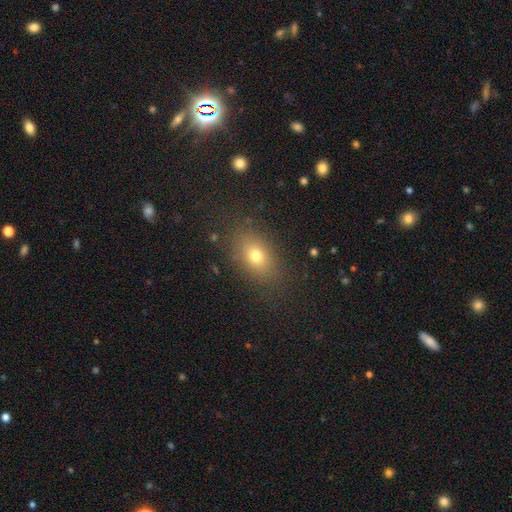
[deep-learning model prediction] Smooth or featured? smooth (73%)
How rounded? in between (76%)
Merging? none (83%)